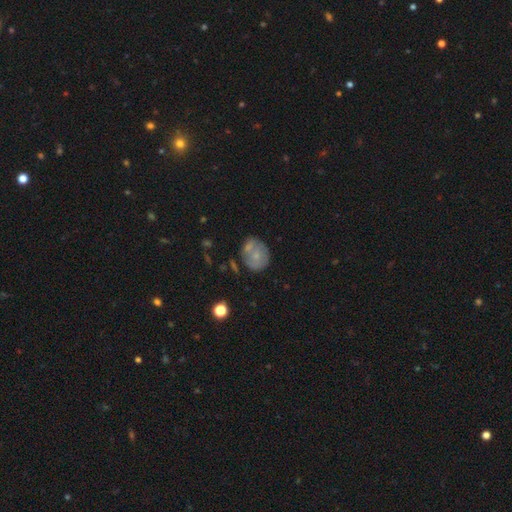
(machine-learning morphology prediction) A smooth galaxy with no disk features (59%) that is round (61%).

Vote fractions:
- Smooth or featured? smooth: 59% / featured or disk: 33% / star or artifact: 9%
- How rounded? round: 61% / in between: 37% / cigar-shaped: 1%
- Merging? none: 50% / merger: 22% / minor disturbance: 20% / major disturbance: 7%